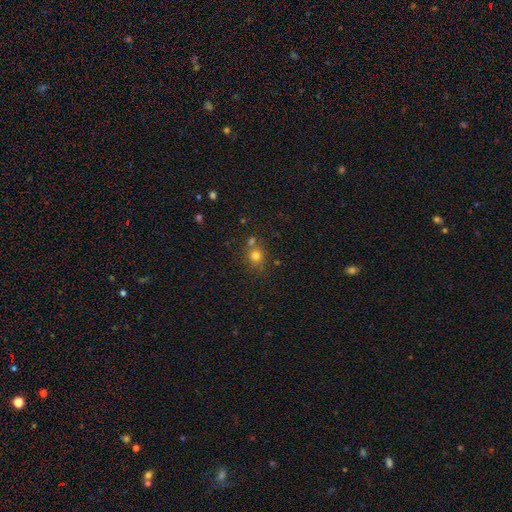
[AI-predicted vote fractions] Morphology: type=smooth (75%); roundness=round (81%); merging=none (62%).